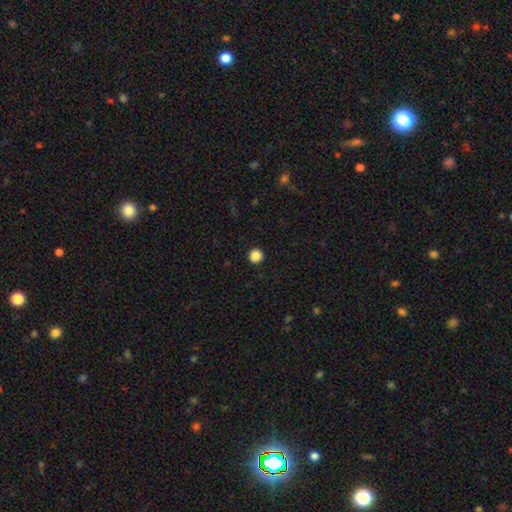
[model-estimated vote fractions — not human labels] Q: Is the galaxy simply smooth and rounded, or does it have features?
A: smooth — 87%.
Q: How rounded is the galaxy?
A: round — 96%.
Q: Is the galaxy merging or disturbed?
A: none — 94%.